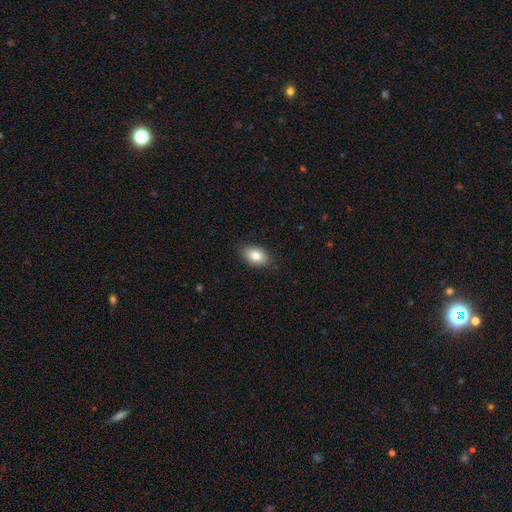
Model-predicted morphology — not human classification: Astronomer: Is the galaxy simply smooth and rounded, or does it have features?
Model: smooth — 83%.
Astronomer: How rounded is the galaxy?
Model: in between — 86%.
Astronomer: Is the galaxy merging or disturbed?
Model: none — 85%.